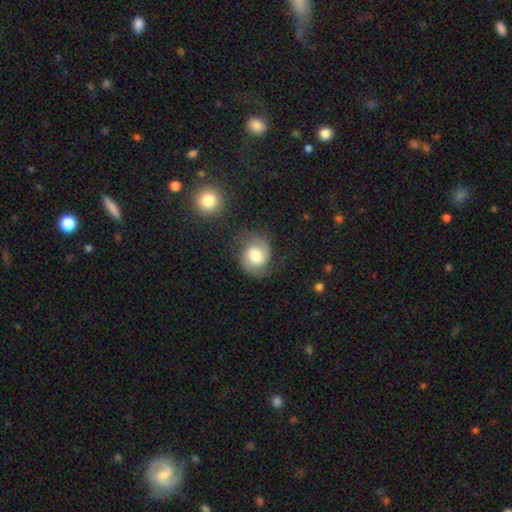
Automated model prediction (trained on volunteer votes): A featured or disk galaxy (50%). Merging: none (66%).